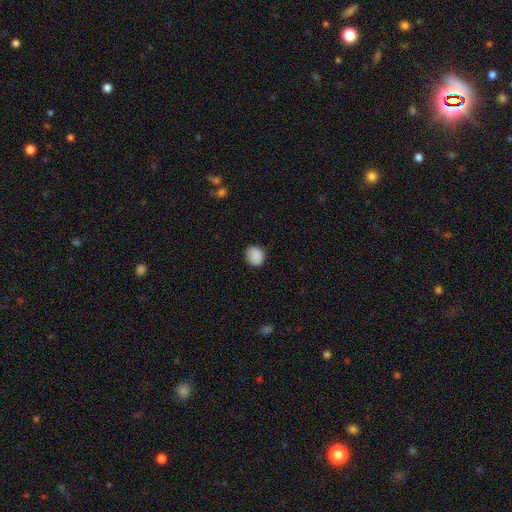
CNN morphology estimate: type=smooth (89%); roundness=round (75%); merging=none (83%).